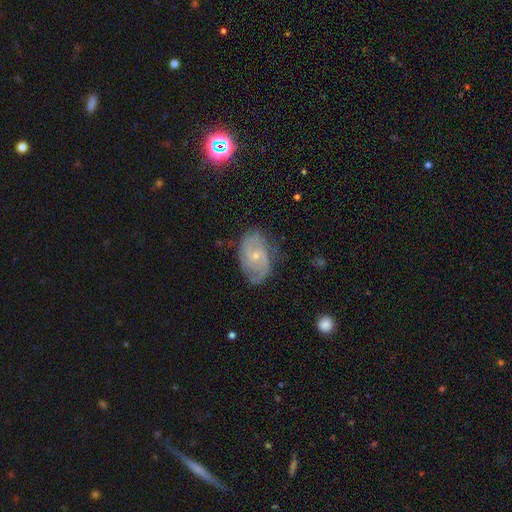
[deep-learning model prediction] The model was most divided on "spiral winding": tight: 44%, medium: 42%, loose: 14%. More confident: edge-on disk — no (97%); spiral arms — yes (93%); smooth or featured — featured or disk (80%); merging — none (71%); bulge size — small (69%); bar — no (66%); spiral arm count — 2 (57%).